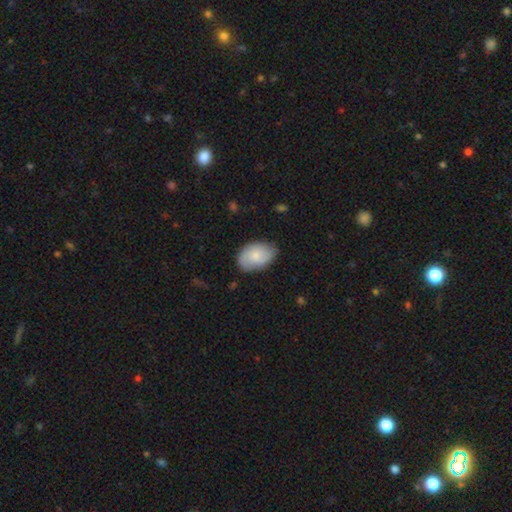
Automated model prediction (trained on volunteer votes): smooth-or-featured: smooth: 66% | featured or disk: 28% | star or artifact: 6%
  how-rounded: in between: 87% | round: 12% | cigar-shaped: 1%
  merging: none: 74% | minor disturbance: 21% | major disturbance: 4% | merger: 1%